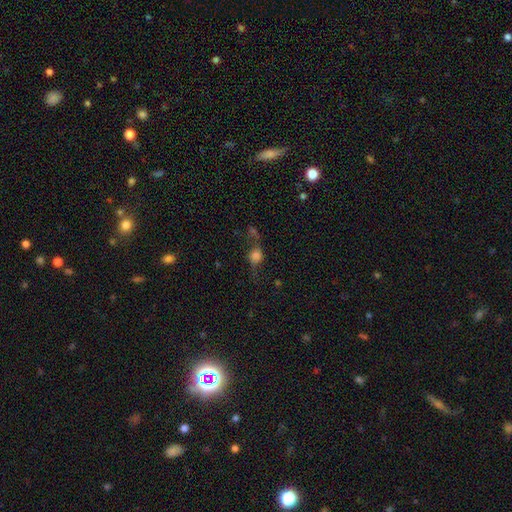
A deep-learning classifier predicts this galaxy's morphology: Smooth or featured? Predicted: smooth (p=0.52). How rounded? Predicted: round (p=0.56). Merging? Predicted: none (p=0.39).